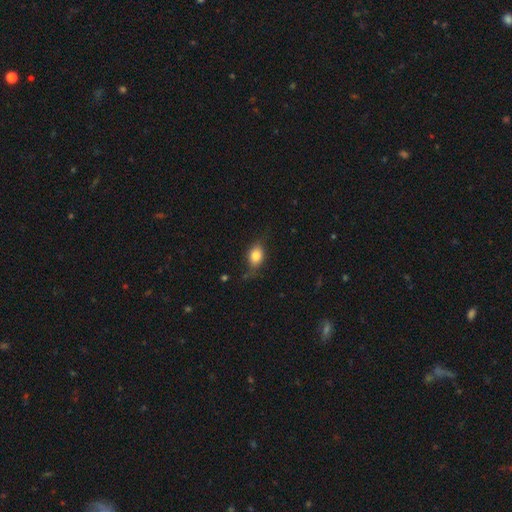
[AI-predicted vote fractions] A smooth galaxy with no disk features (77%) that is in between round and cigar-shaped (74%). Merging: none (67%).